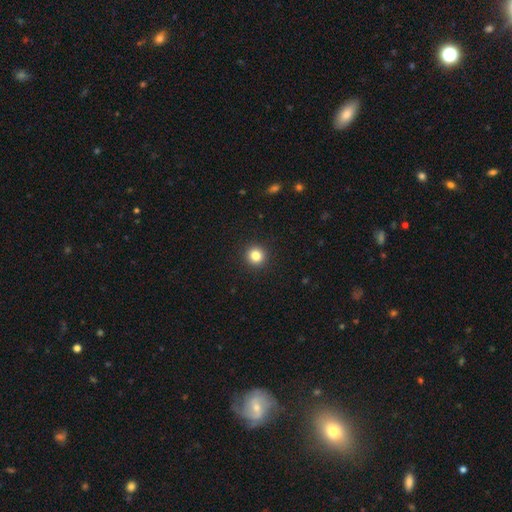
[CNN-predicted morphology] Q: Smooth or featured?
A: smooth (84%); runner-up: star or artifact (11%)
Q: How rounded?
A: round (93%); runner-up: in between (6%)
Q: Merging?
A: none (93%); runner-up: minor disturbance (5%)